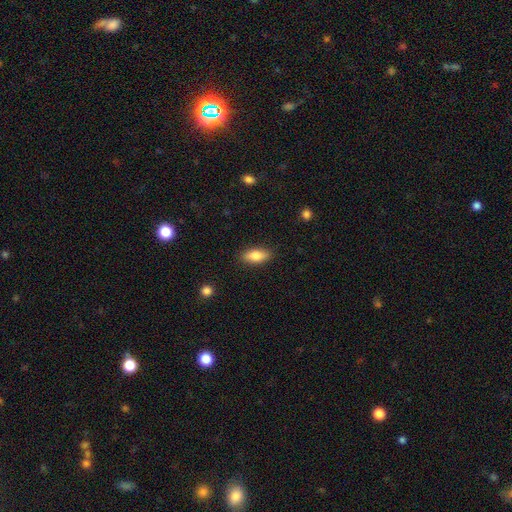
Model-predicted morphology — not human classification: Smooth or featured?
  - smooth: 81% *
  - featured or disk: 12%
  - star or artifact: 7%
How rounded?
  - in between: 82% *
  - cigar-shaped: 15%
  - round: 3%
Merging?
  - none: 87% *
  - minor disturbance: 9%
  - major disturbance: 2%
  - merger: 1%